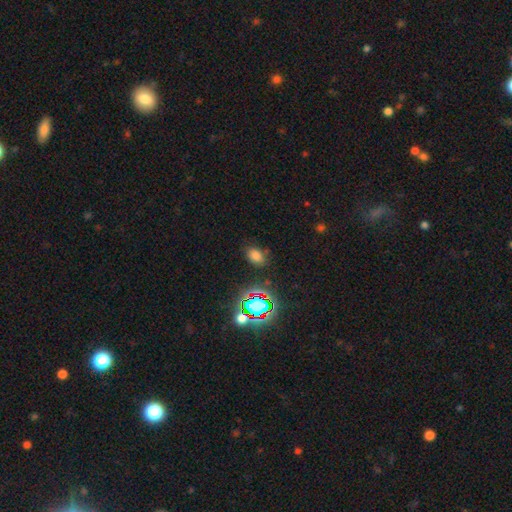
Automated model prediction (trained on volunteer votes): Smooth or featured? smooth (69%)
How rounded? in between (77%)
Merging? none (79%)